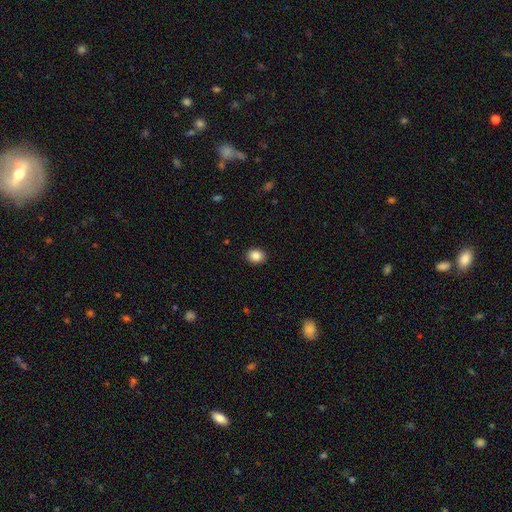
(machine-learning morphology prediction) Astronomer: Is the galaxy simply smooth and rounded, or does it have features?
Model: smooth — 86%.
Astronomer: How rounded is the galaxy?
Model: round — 61% (runner-up: in between, 38%).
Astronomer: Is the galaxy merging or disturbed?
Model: none — 91%.